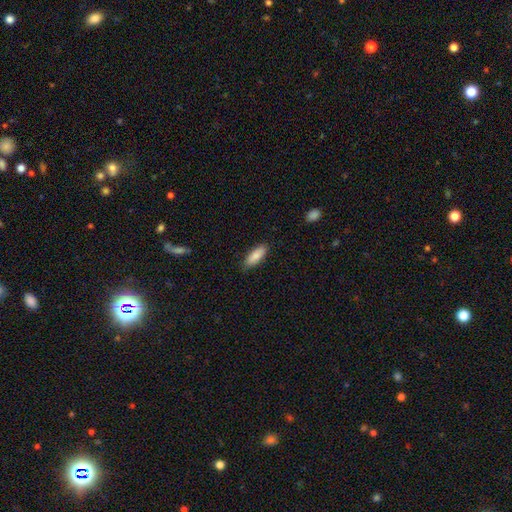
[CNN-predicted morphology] Q: Smooth or featured?
A: smooth (87%); runner-up: featured or disk (7%)
Q: How rounded?
A: in between (64%); runner-up: cigar-shaped (34%)
Q: Merging?
A: none (87%); runner-up: minor disturbance (10%)